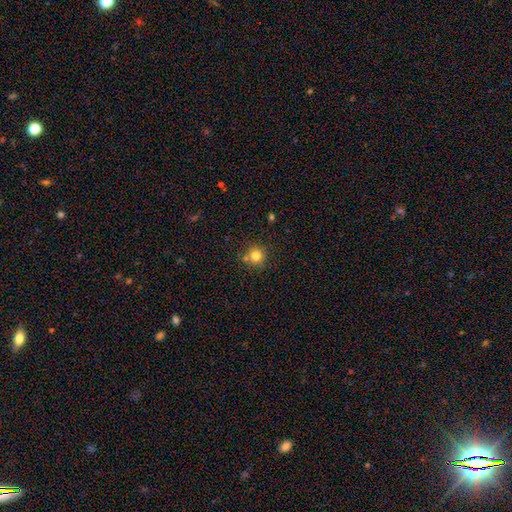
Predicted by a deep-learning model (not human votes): smooth 81%, star or artifact 12%, featured or disk 6%. Down the decision tree: how rounded — round (94%); merging — none (79%).